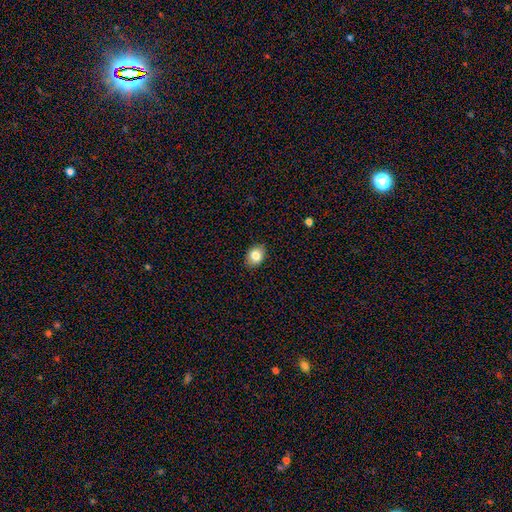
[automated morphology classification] Q: Smooth or featured?
A: smooth (83%); runner-up: star or artifact (9%)
Q: How rounded?
A: in between (62%); runner-up: round (37%)
Q: Merging?
A: none (87%); runner-up: minor disturbance (10%)